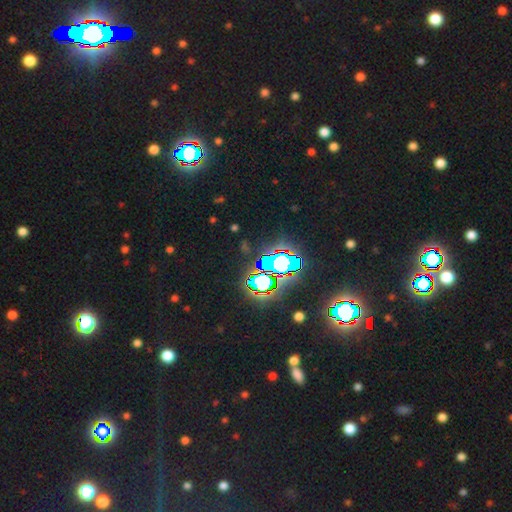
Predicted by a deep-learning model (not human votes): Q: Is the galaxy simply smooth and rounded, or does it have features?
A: star or artifact — 82%.